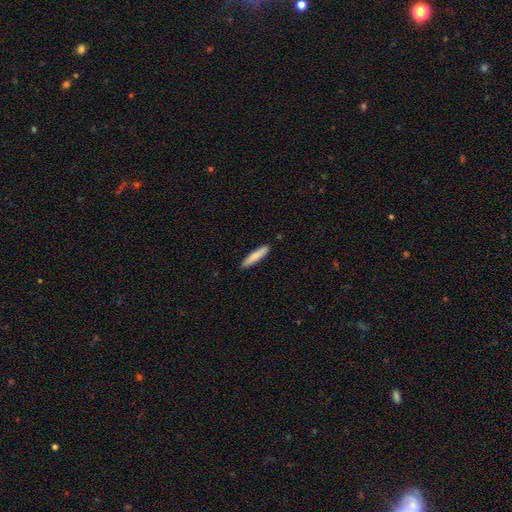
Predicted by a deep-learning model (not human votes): This appears to be a smooth galaxy with no disk features (83%) that is cigar-shaped (89%). Merging: none (90%).